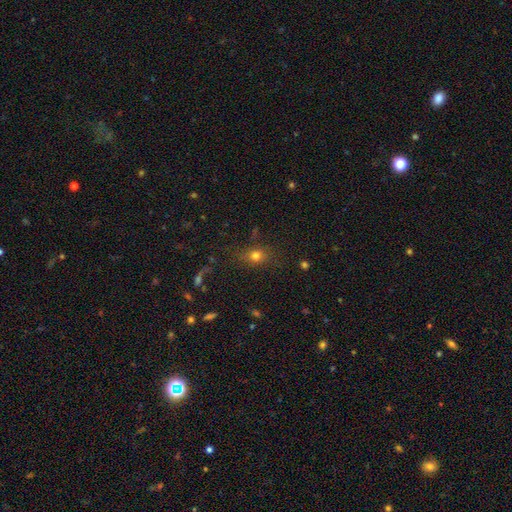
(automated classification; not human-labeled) Smooth or featured?
  - smooth: 73% *
  - star or artifact: 17%
  - featured or disk: 10%
How rounded?
  - round: 59% *
  - in between: 38%
  - cigar-shaped: 3%
Merging?
  - none: 78% *
  - minor disturbance: 13%
  - major disturbance: 6%
  - merger: 3%